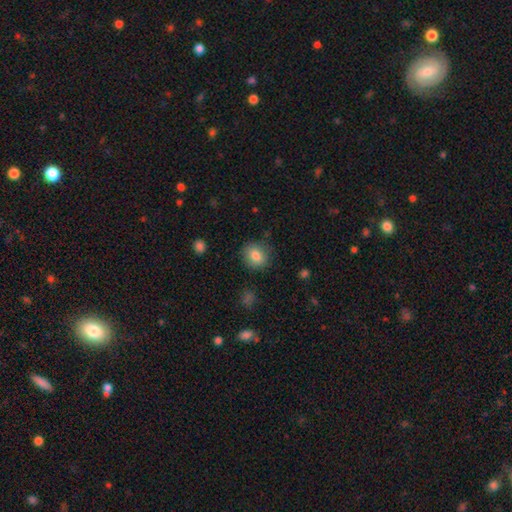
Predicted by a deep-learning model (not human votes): Morphology: type=smooth (84%); roundness=round (71%); merging=none (83%).